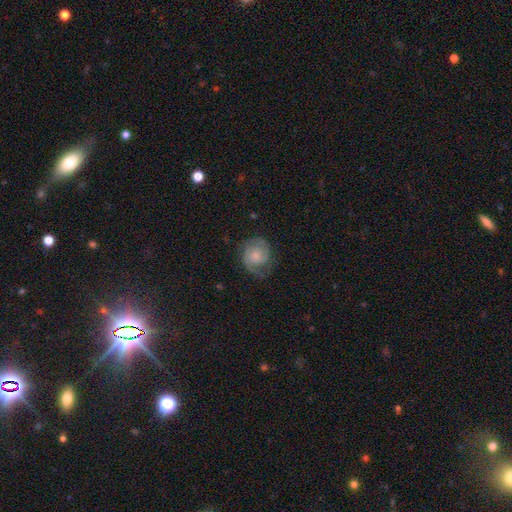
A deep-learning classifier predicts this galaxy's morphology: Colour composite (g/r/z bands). It shows a featured or disk galaxy (67%) with no bar (69%), 2 (74%) tight (42%, tied with medium) spiral arms (93%) and a small central bulge (46%). Merging: none (64%).